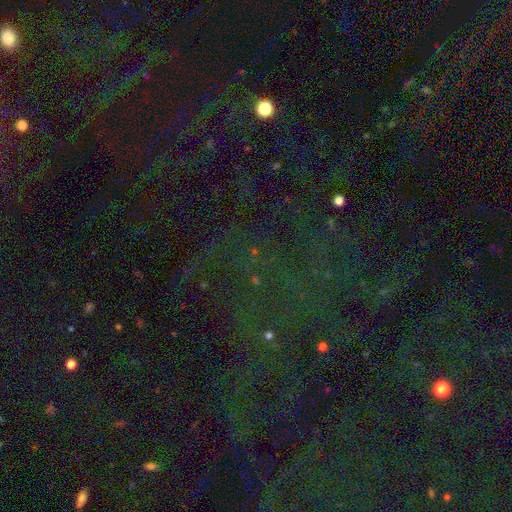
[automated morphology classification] The model was most divided on "smooth or featured": star or artifact: 80%, smooth: 12%, featured or disk: 8%.